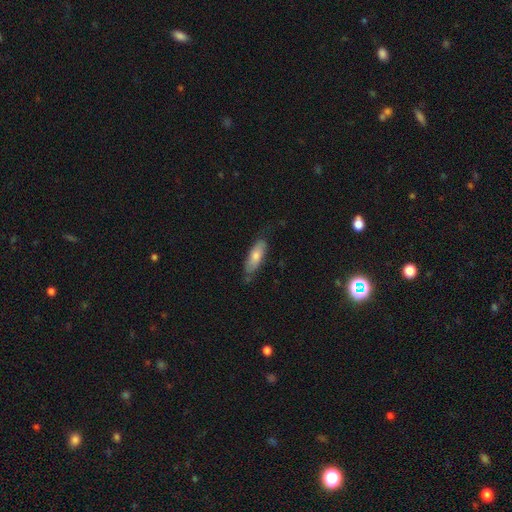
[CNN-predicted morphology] Smooth or featured?
  - smooth: 66% *
  - featured or disk: 28%
  - star or artifact: 7%
How rounded?
  - in between: 53% *
  - cigar-shaped: 45%
  - round: 2%
Merging?
  - none: 73% *
  - minor disturbance: 21%
  - major disturbance: 4%
  - merger: 2%